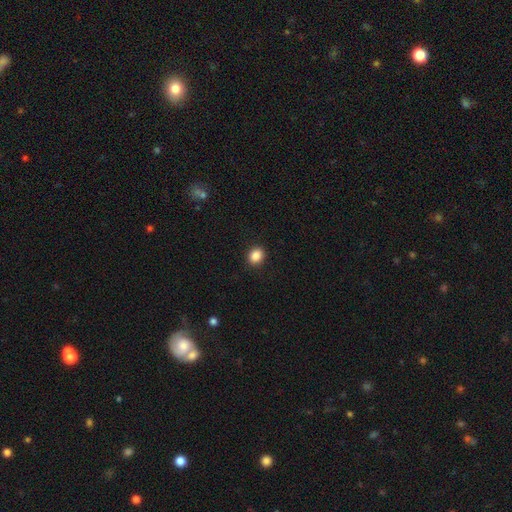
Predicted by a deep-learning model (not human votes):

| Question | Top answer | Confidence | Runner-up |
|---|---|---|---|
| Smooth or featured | smooth | 87% | star or artifact (10%) |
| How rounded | round | 62% | in between (37%) |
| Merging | none | 91% | minor disturbance (6%) |